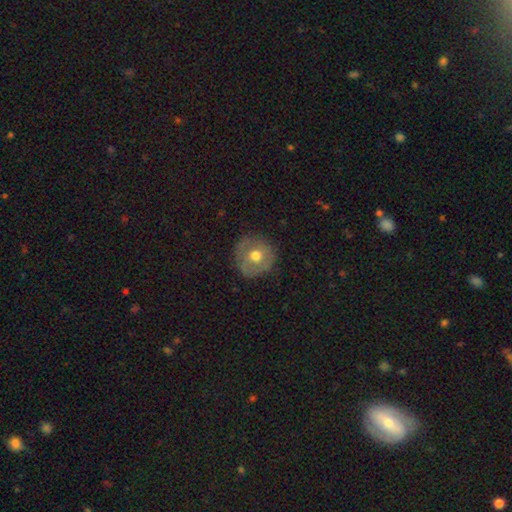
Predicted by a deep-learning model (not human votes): smooth-or-featured: smooth: 52% | featured or disk: 41% | star or artifact: 8%
  how-rounded: round: 91% | in between: 8% | cigar-shaped: 1%
  merging: none: 79% | minor disturbance: 15% | major disturbance: 5% | merger: 1%